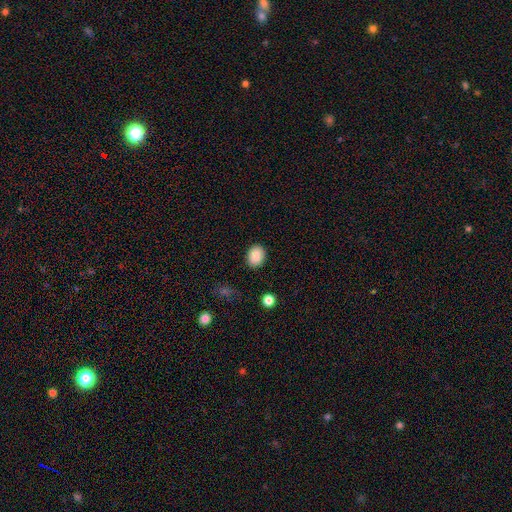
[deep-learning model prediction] Smooth or featured: smooth — 88% (star or artifact — 8%)
How rounded: in between — 56% (round — 43%)
Merging: none — 88% (minor disturbance — 8%)